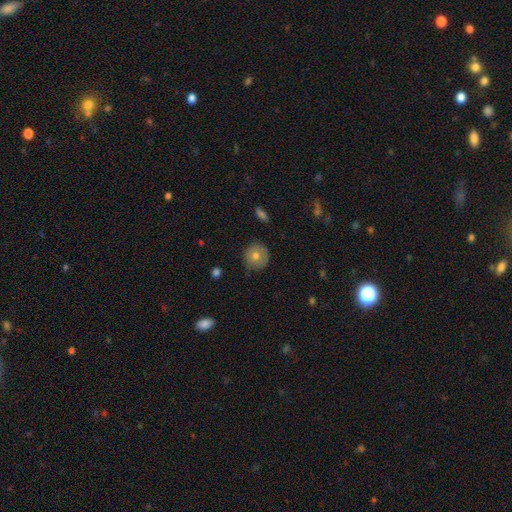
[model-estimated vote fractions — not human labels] Q: Smooth or featured?
A: smooth (67%); runner-up: featured or disk (25%)
Q: How rounded?
A: round (94%); runner-up: in between (5%)
Q: Merging?
A: none (84%); runner-up: minor disturbance (13%)